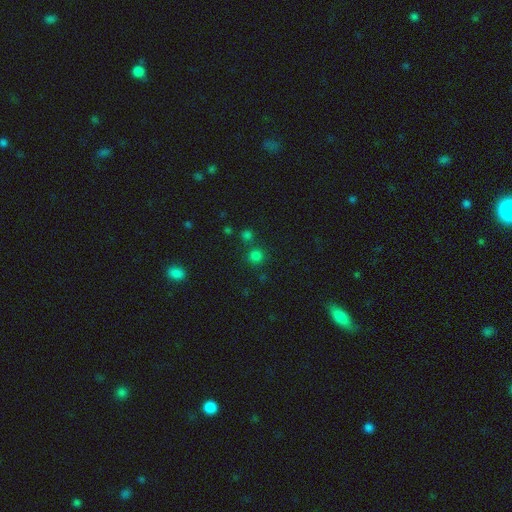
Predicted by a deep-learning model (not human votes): A smooth galaxy with no disk features (74%) that is round (93%). Merging: none (75%).